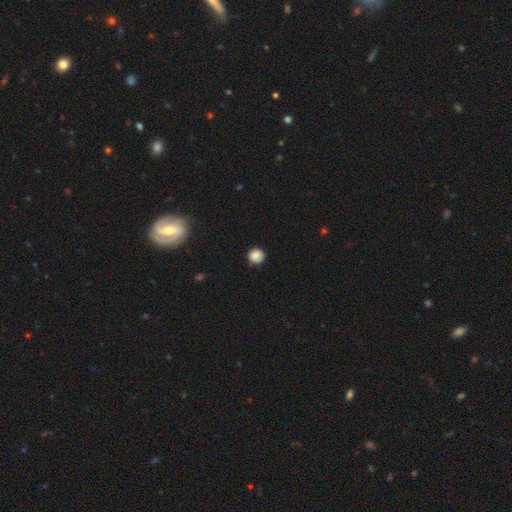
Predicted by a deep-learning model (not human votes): Smooth or featured? smooth (85%)
How rounded? round (92%)
Merging? none (84%)